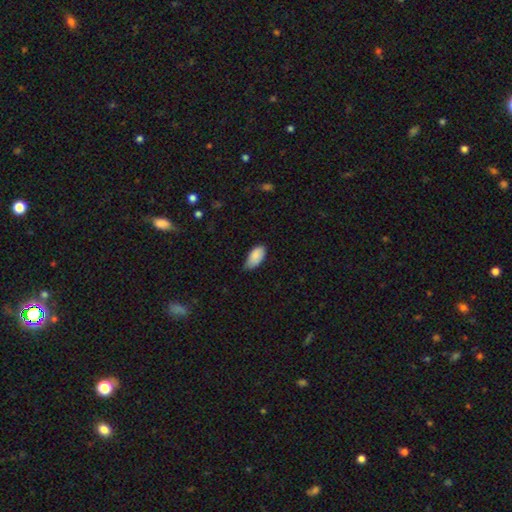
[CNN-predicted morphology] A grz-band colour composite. It shows a smooth galaxy with no disk features (88%) that is in between round and cigar-shaped (94%). Merging: none (52%).